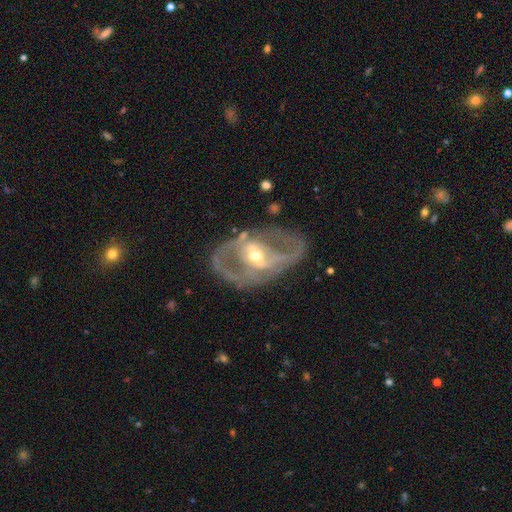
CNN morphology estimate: Smooth or featured? Predicted: featured or disk (p=0.83). Edge-on disk? Predicted: no (p=0.94). Bar? Predicted: weak (p=0.36). Spiral arms? Predicted: yes (p=0.65). Spiral winding? Predicted: medium (p=0.47). Spiral arm count? Predicted: 2 (p=0.73). Bulge size? Predicted: moderate (p=0.60). Merging? Predicted: none (p=0.65).